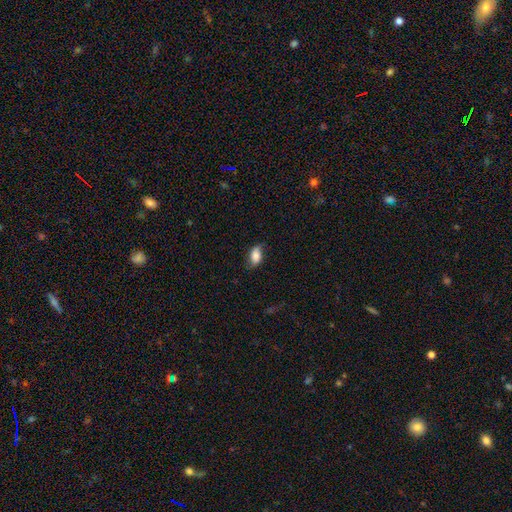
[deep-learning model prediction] This appears to be a smooth galaxy with no disk features (71%) that is in between round and cigar-shaped (89%). Merging: none (66%).